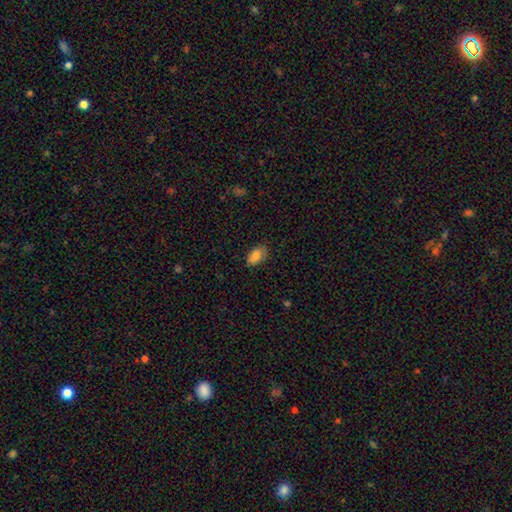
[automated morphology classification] type=smooth (84%); roundness=in between (92%); merging=none (79%).